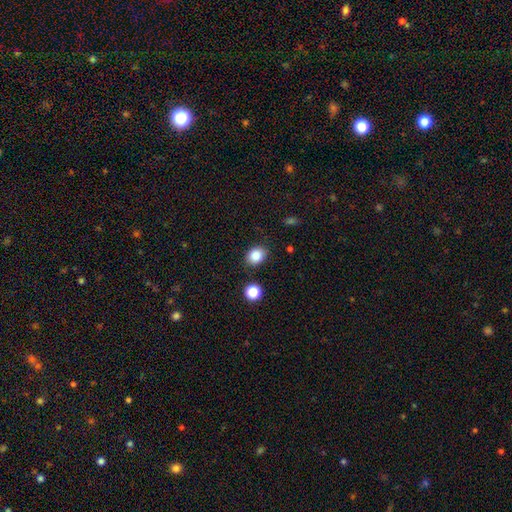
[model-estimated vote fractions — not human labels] smooth-or-featured: smooth: 85% | star or artifact: 10% | featured or disk: 5%
  how-rounded: in between: 61% | round: 38% | cigar-shaped: 1%
  merging: none: 84% | minor disturbance: 11% | merger: 3% | major disturbance: 3%